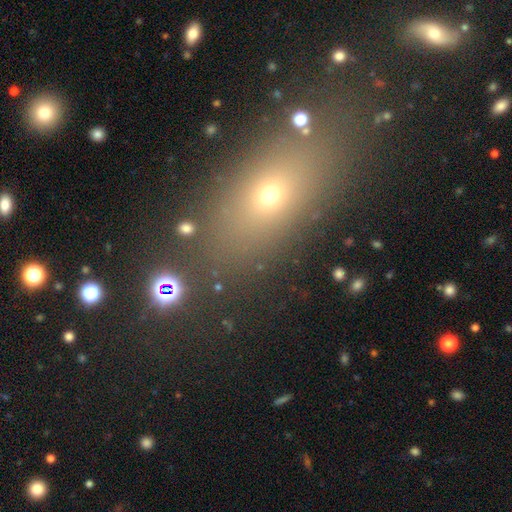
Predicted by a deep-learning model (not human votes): Smooth or featured: smooth — 57% (star or artifact — 27%)
How rounded: in between — 64% (round — 22%)
Merging: none — 81% (minor disturbance — 10%)